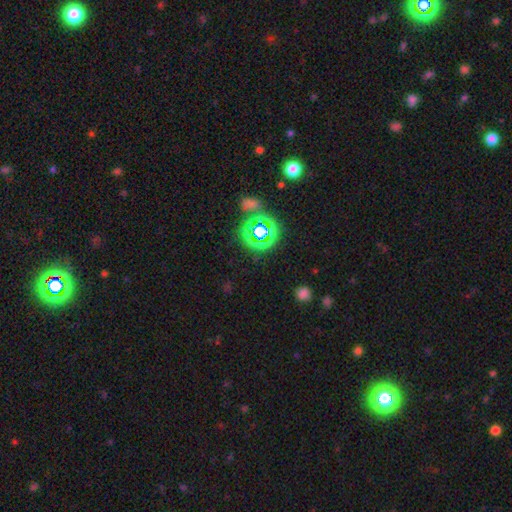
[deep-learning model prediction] Q: Smooth or featured?
A: star or artifact (69%); runner-up: smooth (22%)